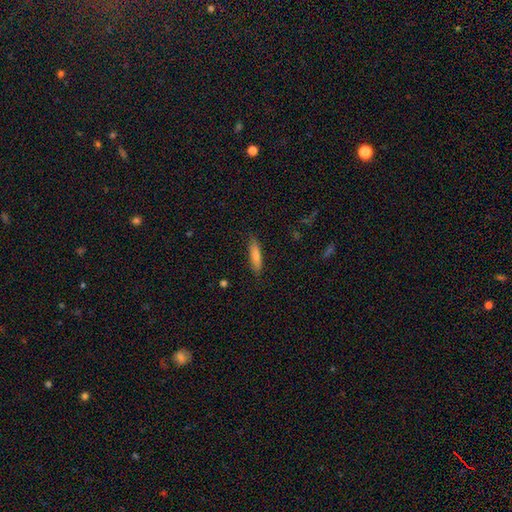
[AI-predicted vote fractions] smooth 81%, featured or disk 13%, star or artifact 6%. Down the decision tree: how rounded — cigar-shaped (75%); merging — none (87%).